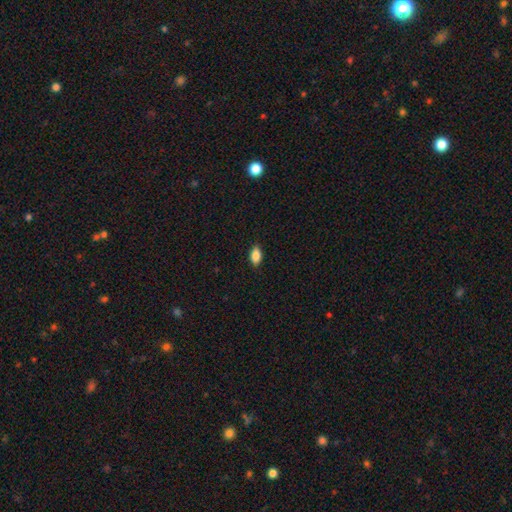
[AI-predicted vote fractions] Q: Smooth or featured?
A: smooth (84%); runner-up: featured or disk (8%)
Q: How rounded?
A: in between (90%); runner-up: cigar-shaped (5%)
Q: Merging?
A: none (87%); runner-up: minor disturbance (10%)